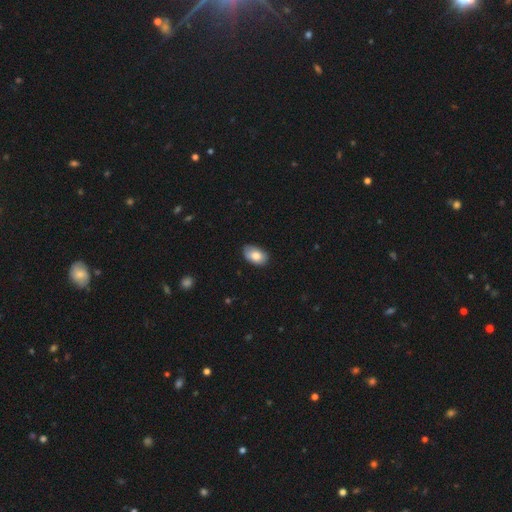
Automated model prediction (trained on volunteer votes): Q: Smooth or featured?
A: smooth (80%); runner-up: featured or disk (14%)
Q: How rounded?
A: in between (91%); runner-up: round (8%)
Q: Merging?
A: none (79%); runner-up: minor disturbance (18%)